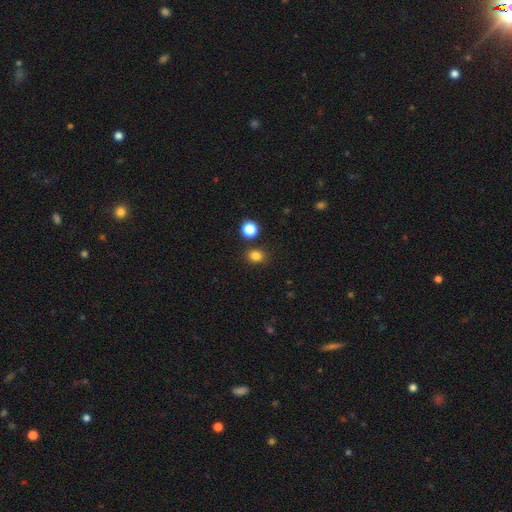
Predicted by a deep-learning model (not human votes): Smooth or featured: smooth — 82% (star or artifact — 14%)
How rounded: round — 65% (in between — 34%)
Merging: none — 82% (minor disturbance — 9%)